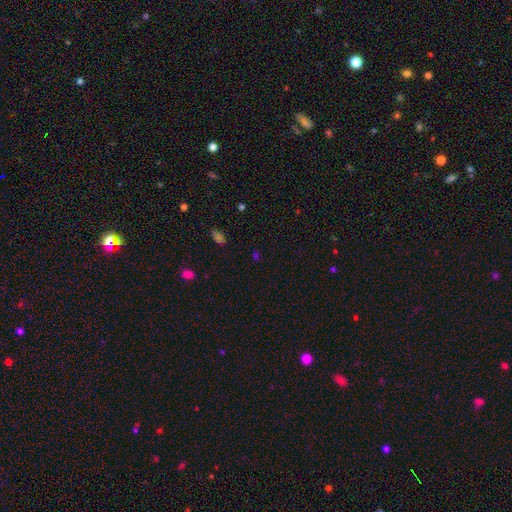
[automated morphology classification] star or artifact 48%, smooth 46%, featured or disk 7%.